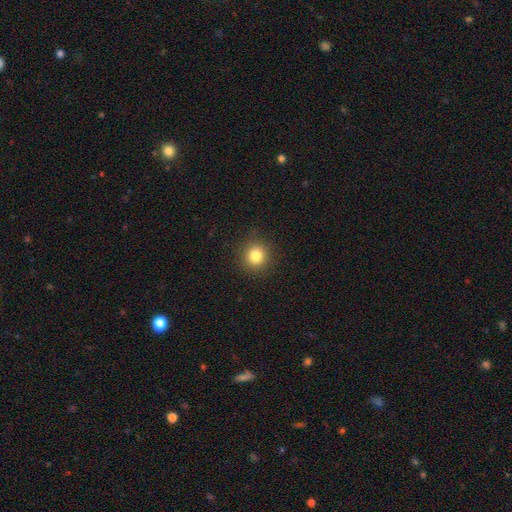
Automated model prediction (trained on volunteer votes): The model was most divided on "smooth or featured": smooth: 82%, star or artifact: 12%, featured or disk: 6%. More confident: how rounded — round (91%); merging — none (90%).